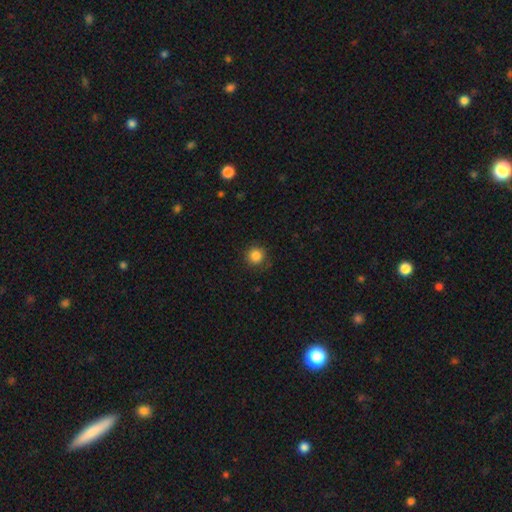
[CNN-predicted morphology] Smooth or featured? Predicted: smooth (p=0.85). How rounded? Predicted: round (p=0.95). Merging? Predicted: none (p=0.88).